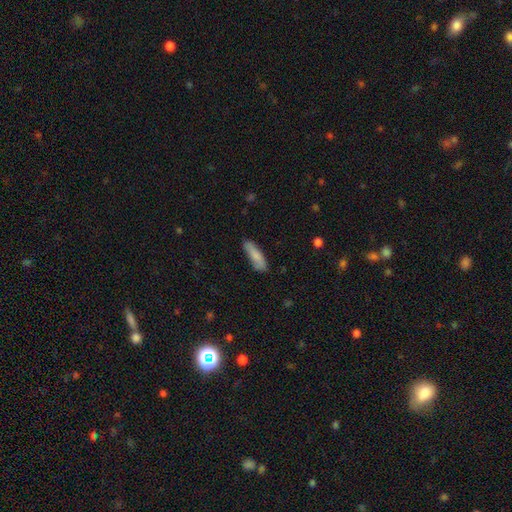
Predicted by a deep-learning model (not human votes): Smooth or featured? smooth (81%)
How rounded? cigar-shaped (61%)
Merging? none (76%)